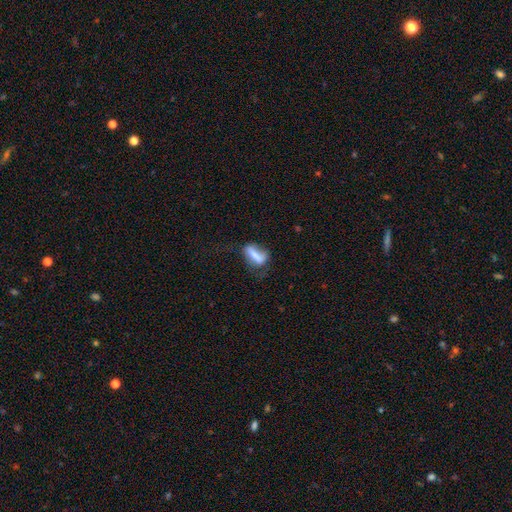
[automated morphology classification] Smooth or featured? smooth (63%)
How rounded? in between (56%)
Merging? none (43%)